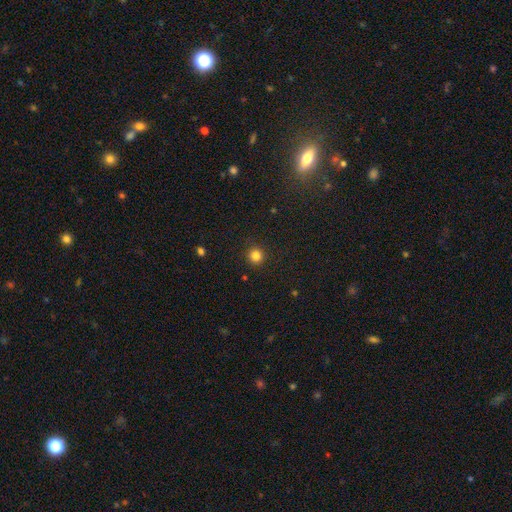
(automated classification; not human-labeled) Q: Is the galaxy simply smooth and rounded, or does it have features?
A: smooth — 84%.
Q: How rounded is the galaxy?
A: round — 95%.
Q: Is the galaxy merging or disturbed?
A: none — 92%.